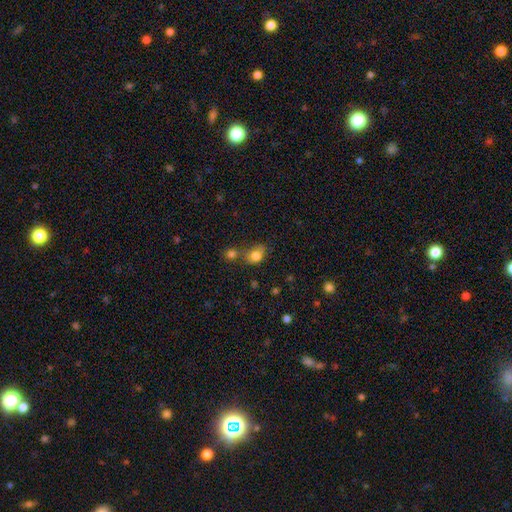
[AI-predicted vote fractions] smooth 81%, star or artifact 11%, featured or disk 8%. Down the decision tree: how rounded — in between (54%); merging — none (40%).